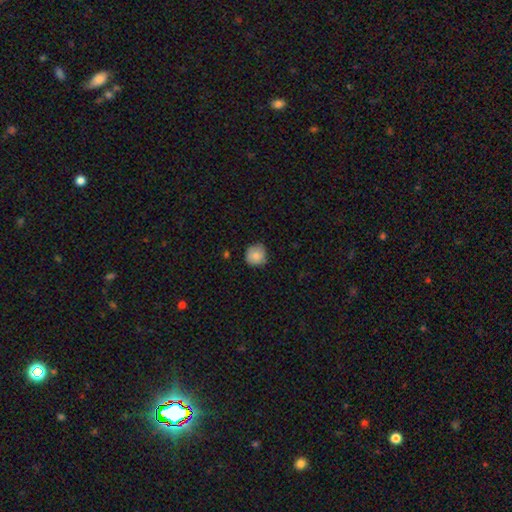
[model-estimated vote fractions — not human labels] smooth 84%, star or artifact 8%, featured or disk 7%. Down the decision tree: how rounded — round (90%); merging — none (76%).